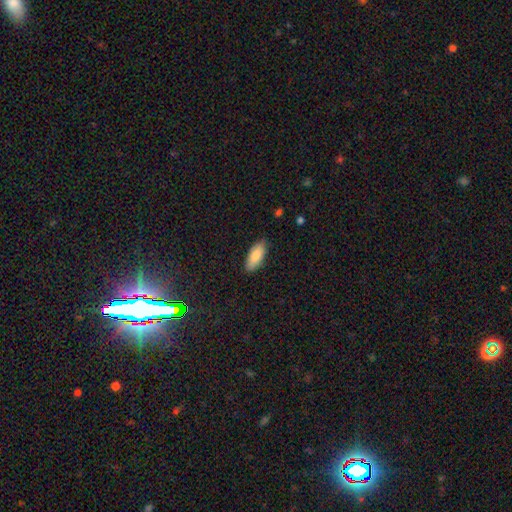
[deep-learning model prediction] Morphology: type=smooth (85%); roundness=in between (84%); merging=none (86%).